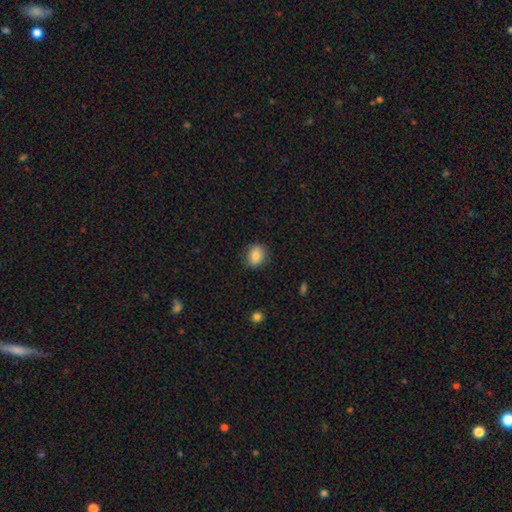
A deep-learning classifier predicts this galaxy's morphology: Smooth or featured: smooth — 84% (star or artifact — 9%)
How rounded: round — 58% (in between — 41%)
Merging: none — 83% (minor disturbance — 13%)